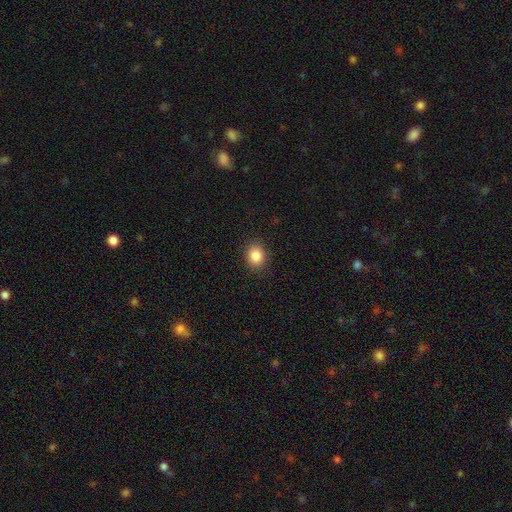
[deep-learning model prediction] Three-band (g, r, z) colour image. It shows a smooth galaxy with no disk features (85%) that is round (58%). Merging: none (89%).